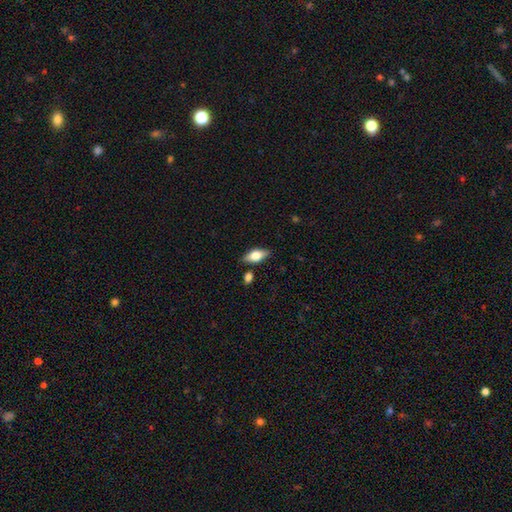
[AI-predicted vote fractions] smooth-or-featured: smooth: 61% | featured or disk: 31% | star or artifact: 7%
  how-rounded: in between: 82% | cigar-shaped: 14% | round: 4%
  merging: none: 81% | minor disturbance: 12% | merger: 4% | major disturbance: 3%